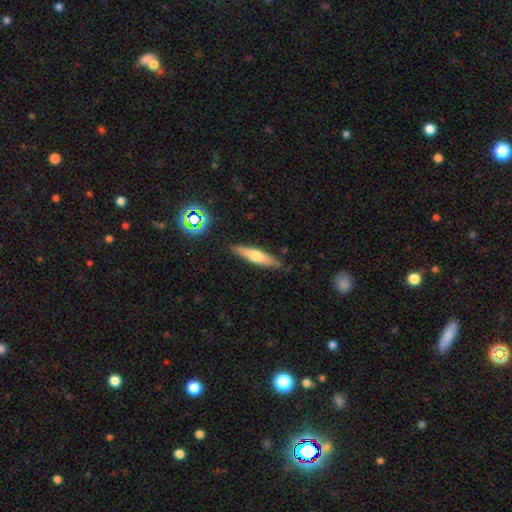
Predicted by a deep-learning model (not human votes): Smooth or featured: smooth — 51% (featured or disk — 42%)
How rounded: cigar-shaped — 77% (in between — 21%)
Merging: none — 86% (minor disturbance — 11%)